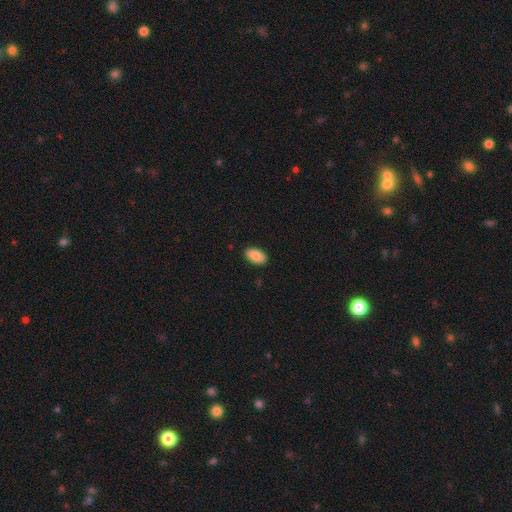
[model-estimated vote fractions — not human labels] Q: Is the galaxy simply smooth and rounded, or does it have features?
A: smooth — 88%.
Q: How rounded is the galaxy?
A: in between — 95%.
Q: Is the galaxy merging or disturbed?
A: none — 90%.